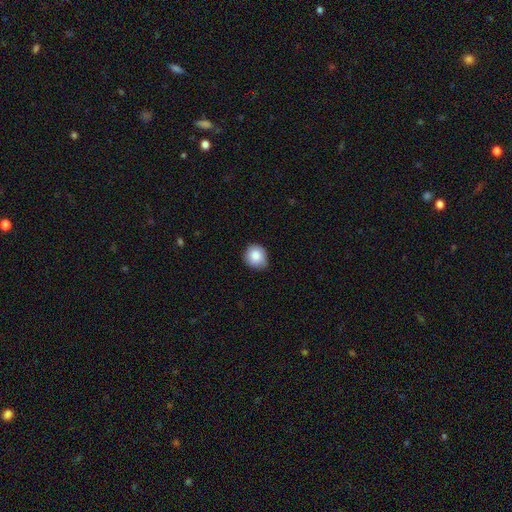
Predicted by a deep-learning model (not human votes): smooth 85%, star or artifact 8%, featured or disk 7%. Down the decision tree: how rounded — round (83%); merging — none (73%).